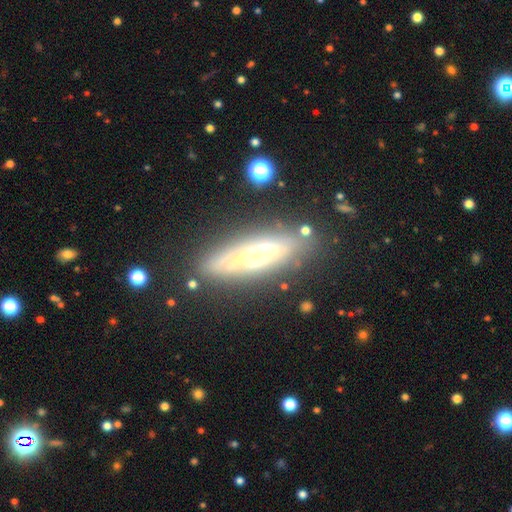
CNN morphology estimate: Smooth or featured? featured or disk (60%)
Edge-on disk? yes (67%)
Merging? none (77%)